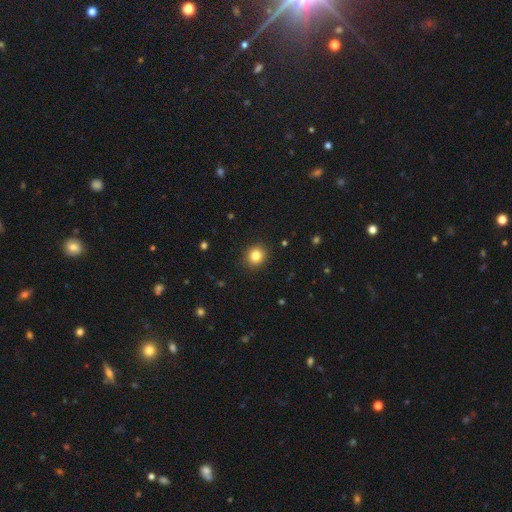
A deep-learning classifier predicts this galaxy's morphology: Smooth or featured? Predicted: smooth (p=0.83). How rounded? Predicted: round (p=0.84). Merging? Predicted: none (p=0.92).